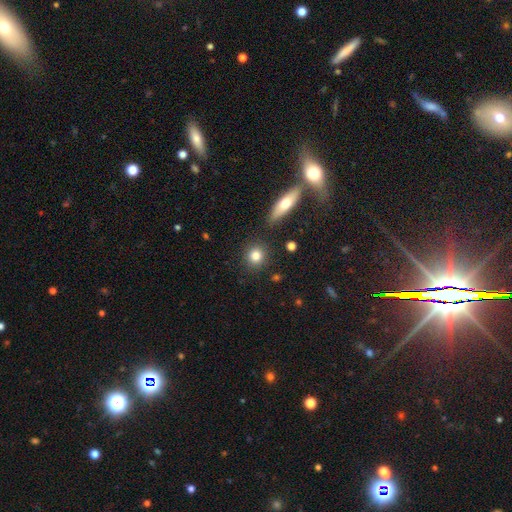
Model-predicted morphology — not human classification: A smooth galaxy with no disk features (82%) that is round (86%).

Vote fractions:
- Smooth or featured? smooth: 82% / star or artifact: 9% / featured or disk: 8%
- How rounded? round: 86% / in between: 12% / cigar-shaped: 2%
- Merging? none: 87% / minor disturbance: 7% / merger: 3% / major disturbance: 2%